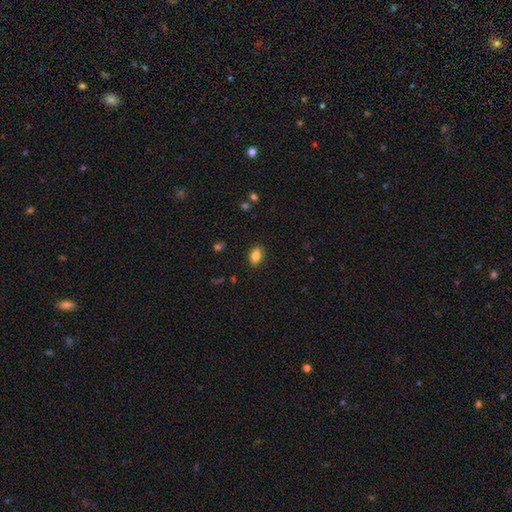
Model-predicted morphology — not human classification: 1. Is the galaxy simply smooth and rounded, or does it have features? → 84% smooth, 9% star or artifact, 7% featured or disk.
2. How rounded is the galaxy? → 85% in between, 13% round, 2% cigar-shaped.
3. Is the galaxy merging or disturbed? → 86% none, 11% minor disturbance, 2% major disturbance, 1% merger.